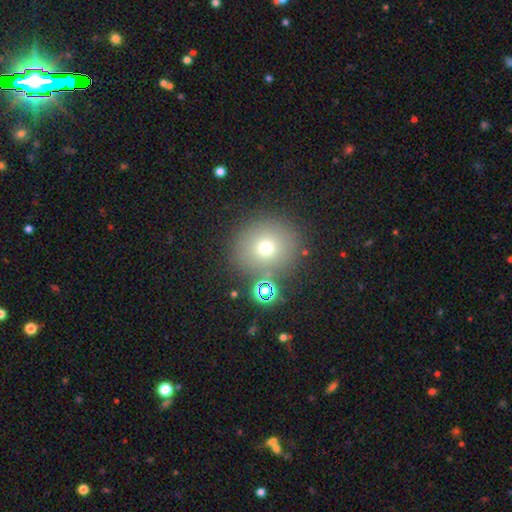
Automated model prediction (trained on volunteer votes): Smooth or featured?
  - smooth: 64% *
  - star or artifact: 24%
  - featured or disk: 12%
How rounded?
  - round: 92% *
  - in between: 7%
  - cigar-shaped: 1%
Merging?
  - none: 82% *
  - minor disturbance: 7%
  - merger: 7%
  - major disturbance: 3%